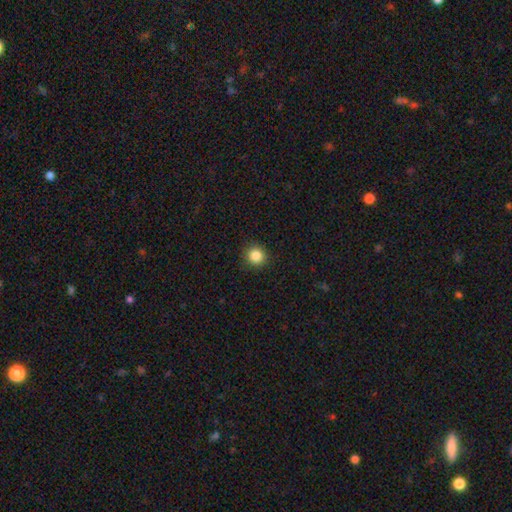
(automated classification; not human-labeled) smooth 86%, star or artifact 11%, featured or disk 4%. Down the decision tree: how rounded — round (93%); merging — none (91%).